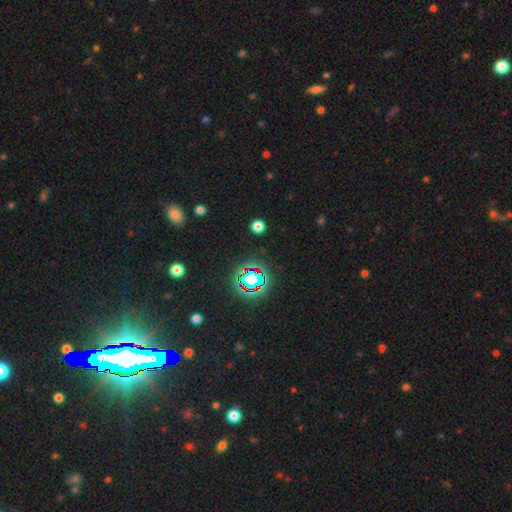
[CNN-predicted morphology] type=star or artifact (82%).